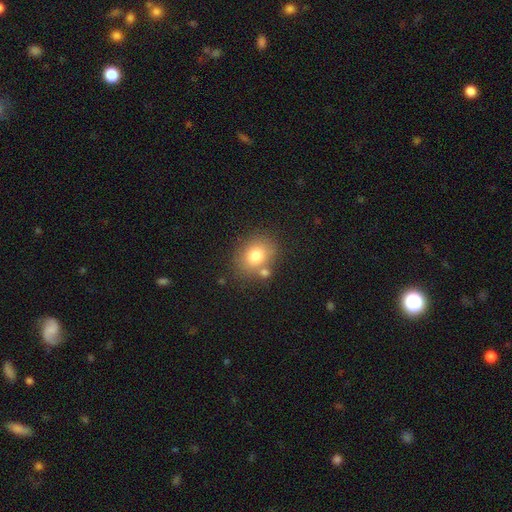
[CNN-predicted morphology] Smooth or featured? Predicted: smooth (p=0.78). How rounded? Predicted: round (p=0.51). Merging? Predicted: none (p=0.69).